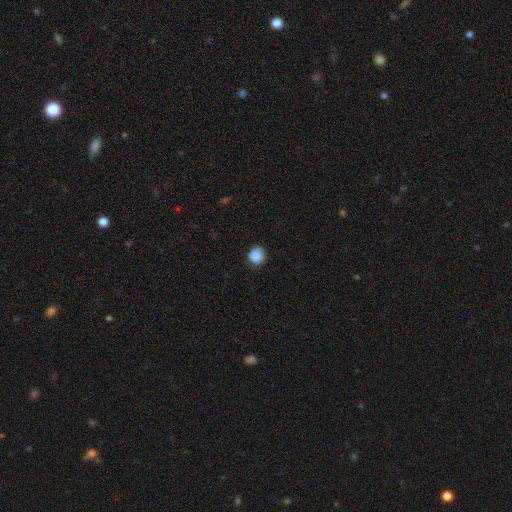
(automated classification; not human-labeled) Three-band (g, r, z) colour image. It shows a smooth galaxy with no disk features (88%) that is round (94%). Merging: none (88%).